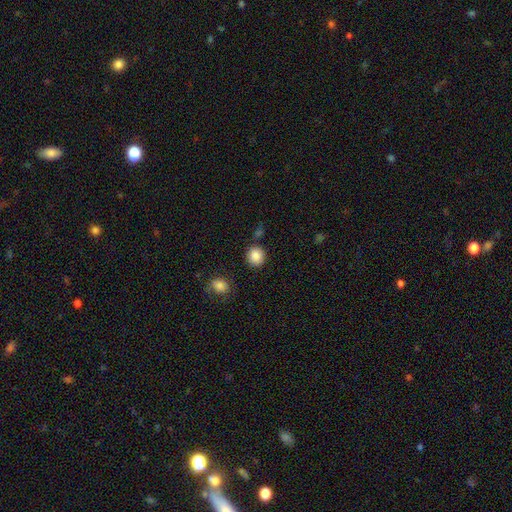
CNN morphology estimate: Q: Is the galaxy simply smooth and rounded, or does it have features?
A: smooth — 87%.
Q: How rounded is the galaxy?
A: round — 82%.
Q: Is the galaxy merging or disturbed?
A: none — 82%.